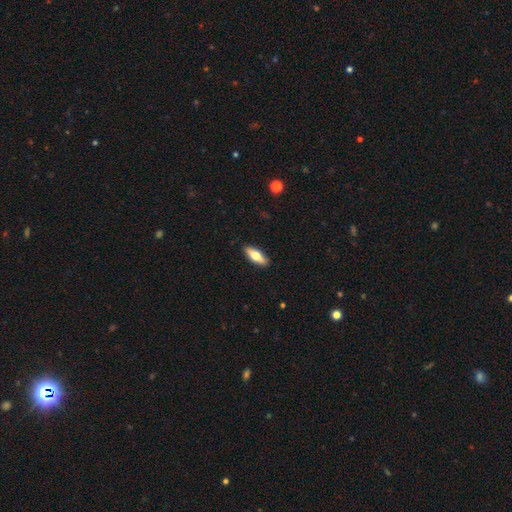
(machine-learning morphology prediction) Smooth or featured?
  - smooth: 63% *
  - featured or disk: 32%
  - star or artifact: 6%
How rounded?
  - in between: 60% *
  - cigar-shaped: 37%
  - round: 3%
Merging?
  - none: 90% *
  - minor disturbance: 8%
  - major disturbance: 2%
  - merger: 1%